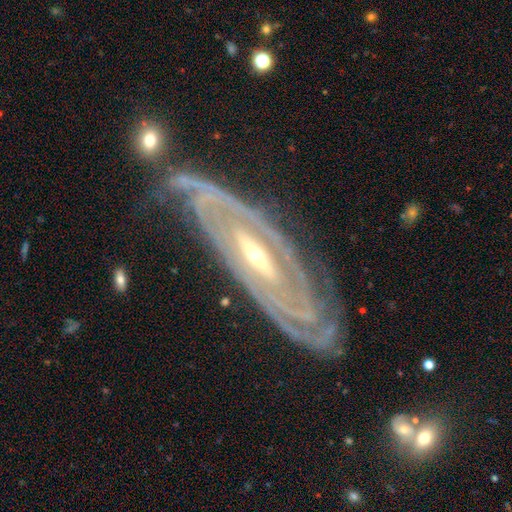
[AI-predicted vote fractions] A featured or disk galaxy (89%) with a strong bar (39%), 2 (41%) tight (69%) spiral arms (94%) and a small central bulge (62%). Merging: none (70%).